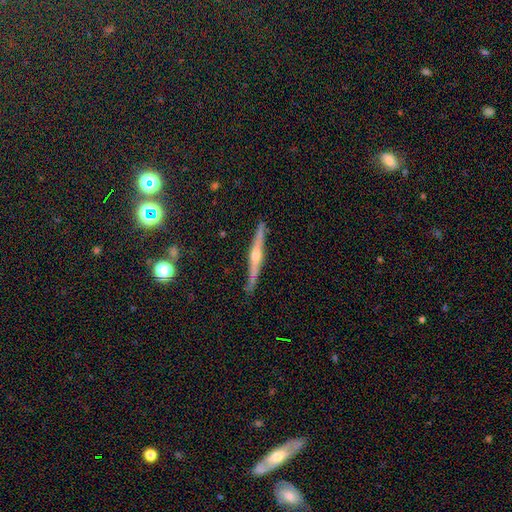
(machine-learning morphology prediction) The model was most divided on "smooth or featured": featured or disk: 76%, smooth: 17%, star or artifact: 7%. More confident: edge-on disk — yes (97%); merging — none (84%); edge-on bulge — rounded (82%).